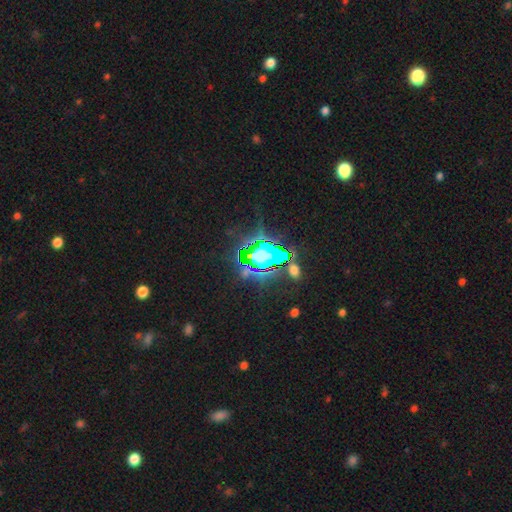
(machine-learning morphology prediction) A star or artifact, not a galaxy (72%).

Vote fractions:
- Smooth or featured? star or artifact: 72% / smooth: 14% / featured or disk: 14%